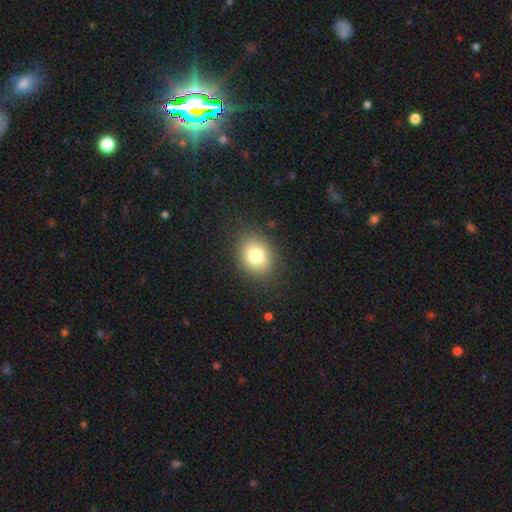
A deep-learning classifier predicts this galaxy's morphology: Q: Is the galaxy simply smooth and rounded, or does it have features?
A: smooth — 79%.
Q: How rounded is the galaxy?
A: round — 55%.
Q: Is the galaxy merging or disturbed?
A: none — 83%.